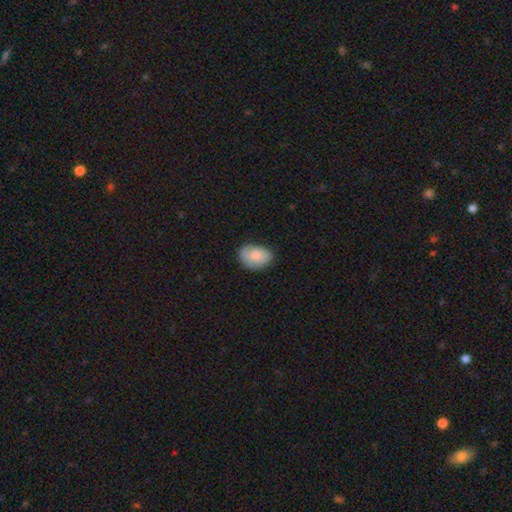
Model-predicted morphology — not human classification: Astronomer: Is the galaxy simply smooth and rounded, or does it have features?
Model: smooth — 78%.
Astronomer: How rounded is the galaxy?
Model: in between — 78%.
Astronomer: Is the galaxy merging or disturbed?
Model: none — 73%.